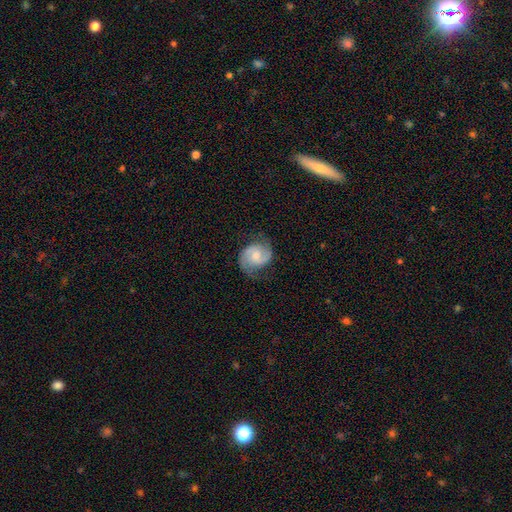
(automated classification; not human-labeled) Smooth or featured?
  - featured or disk: 74% *
  - smooth: 20%
  - star or artifact: 6%
Edge-on disk?
  - no: 98% *
  - yes: 2%
Bar?
  - no: 52% *
  - weak: 41%
  - strong: 7%
Spiral arms?
  - yes: 95% *
  - no: 5%
Spiral winding?
  - medium: 50% *
  - tight: 26%
  - loose: 24%
Spiral arm count?
  - 2: 89% *
  - can't tell: 5%
  - 1: 2%
  - 3: 1%
  - 4: 1%
  - more than 4: 1%
Bulge size?
  - moderate: 50% *
  - small: 37%
  - none: 6%
  - large: 5%
  - dominant: 1%
Merging?
  - none: 70% *
  - minor disturbance: 20%
  - major disturbance: 8%
  - merger: 1%